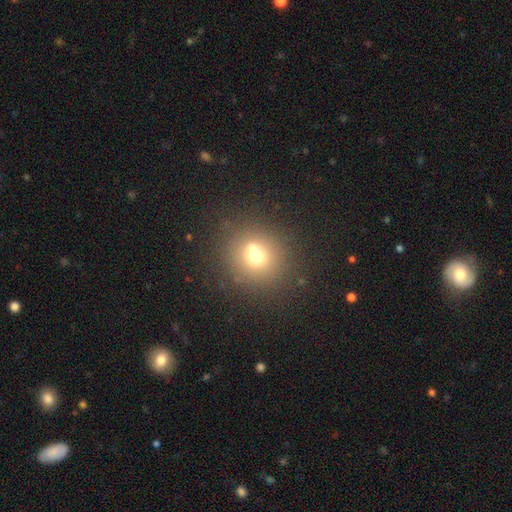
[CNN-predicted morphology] A smooth galaxy with no disk features (65%) that is round (86%). Merging: none (57%).